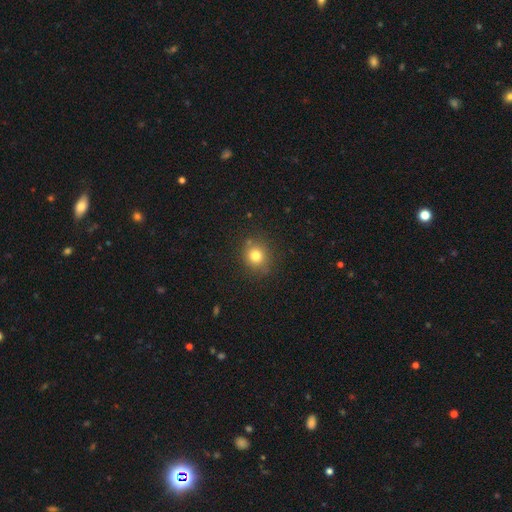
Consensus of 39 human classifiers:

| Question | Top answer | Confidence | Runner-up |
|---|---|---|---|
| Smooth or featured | smooth | 87% | star or artifact (10%) |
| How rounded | round | 91% | in between (9%) |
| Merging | none | 69% | minor disturbance (11%) |